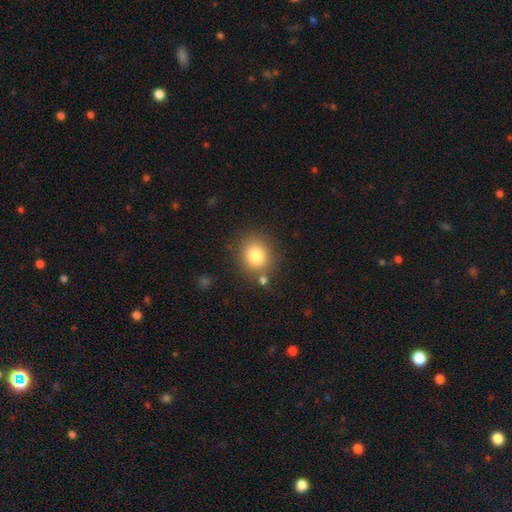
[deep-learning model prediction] smooth-or-featured: smooth: 81% | star or artifact: 10% | featured or disk: 8%
  how-rounded: round: 77% | in between: 22% | cigar-shaped: 1%
  merging: none: 78% | minor disturbance: 10% | merger: 8% | major disturbance: 4%